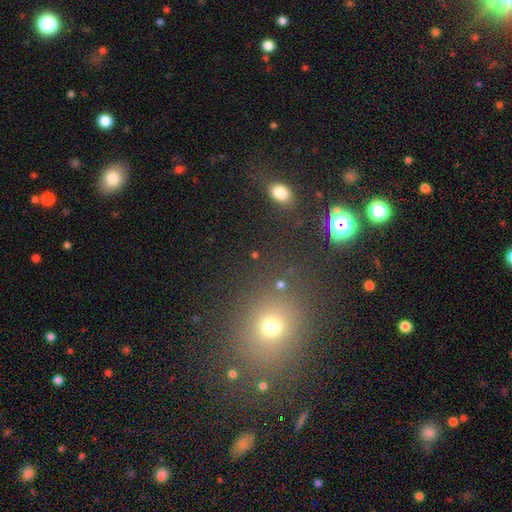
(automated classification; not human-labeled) Q: Smooth or featured?
A: smooth (61%); runner-up: star or artifact (30%)
Q: How rounded?
A: round (57%); runner-up: in between (39%)
Q: Merging?
A: none (80%); runner-up: minor disturbance (10%)